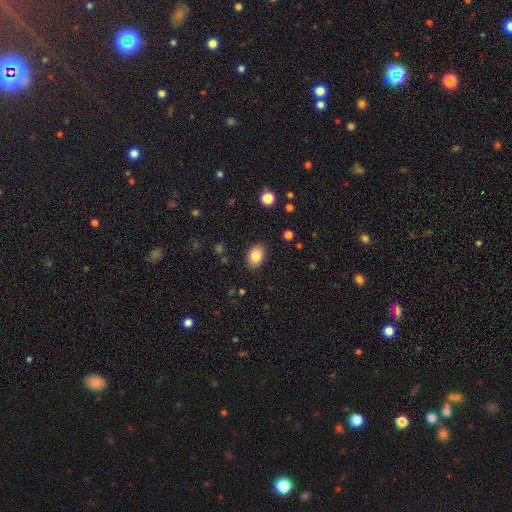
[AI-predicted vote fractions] smooth 84%, star or artifact 8%, featured or disk 7%. Down the decision tree: how rounded — in between (81%); merging — none (87%).